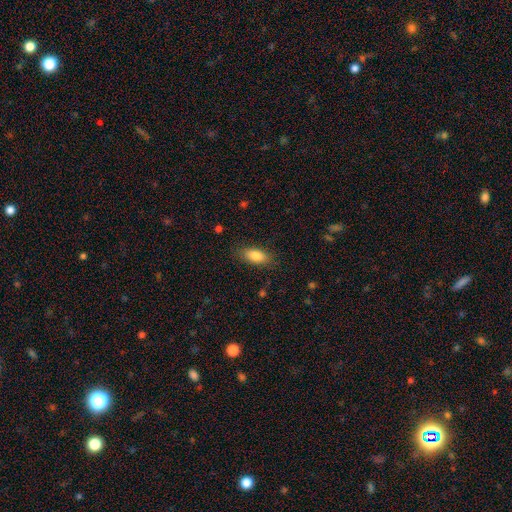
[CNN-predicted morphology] A smooth galaxy with no disk features (84%) that is in between round and cigar-shaped (84%).

Vote fractions:
- Smooth or featured? smooth: 84% / featured or disk: 9% / star or artifact: 7%
- How rounded? in between: 84% / cigar-shaped: 12% / round: 3%
- Merging? none: 84% / minor disturbance: 11% / major disturbance: 3% / merger: 1%